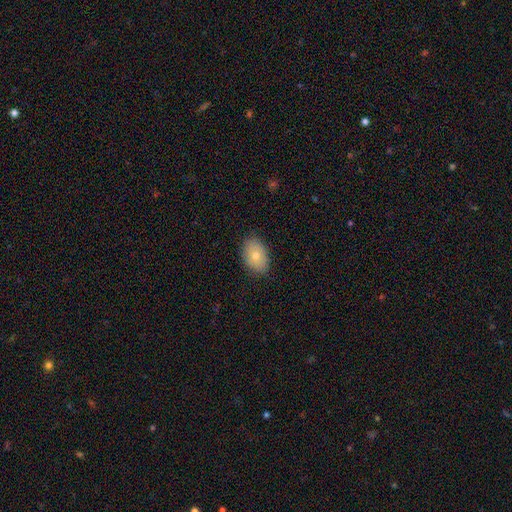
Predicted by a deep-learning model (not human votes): Smooth or featured? Predicted: smooth (p=0.75). How rounded? Predicted: in between (p=0.86). Merging? Predicted: none (p=0.86).